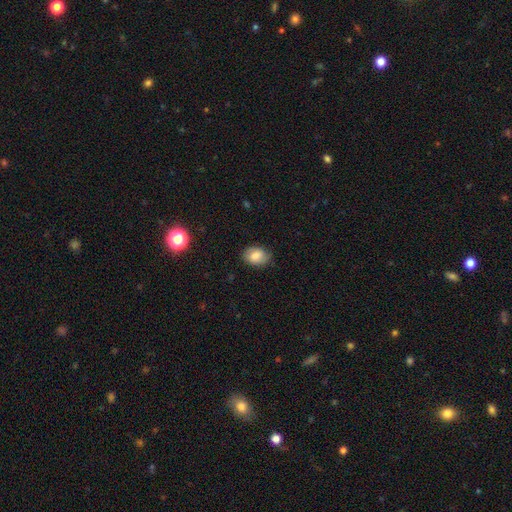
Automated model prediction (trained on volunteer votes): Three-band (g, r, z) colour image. It shows a smooth galaxy with no disk features (80%) that is in between round and cigar-shaped (77%). Merging: none (81%).